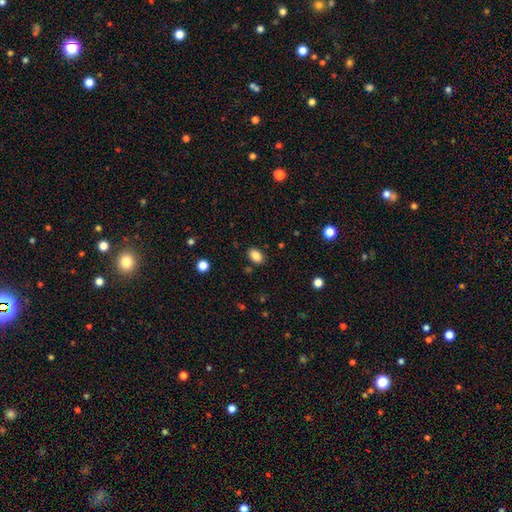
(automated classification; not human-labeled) A smooth galaxy with no disk features (86%) that is in between round and cigar-shaped (83%). Merging: none (86%).